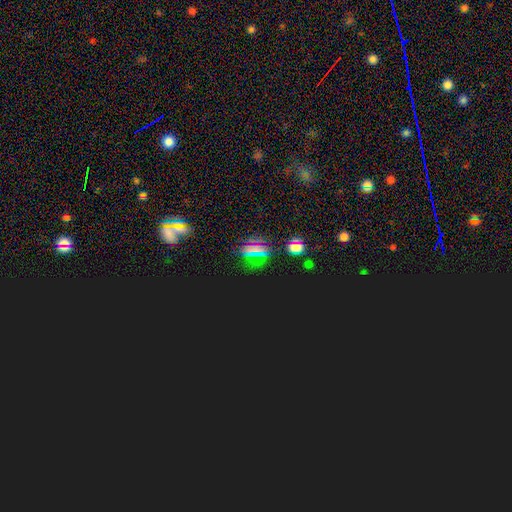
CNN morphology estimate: Smooth or featured? Predicted: star or artifact (p=0.72).